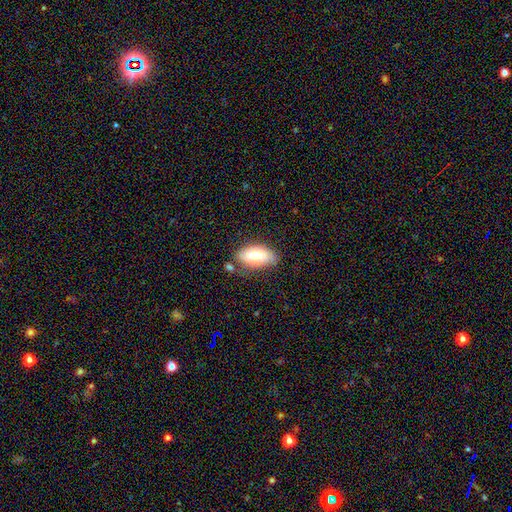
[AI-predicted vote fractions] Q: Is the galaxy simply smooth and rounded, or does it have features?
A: smooth — 77%.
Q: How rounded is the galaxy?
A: in between — 92%.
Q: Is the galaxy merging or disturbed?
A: none — 71%.